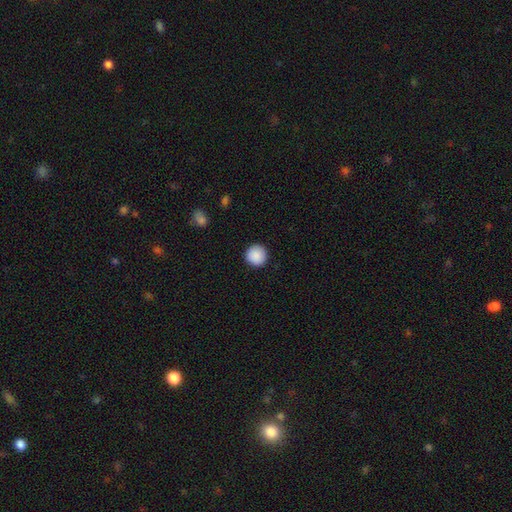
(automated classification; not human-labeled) This is clearly a smooth galaxy (90%). How rounded: clearly round (96%). Merging: clearly none (92%).